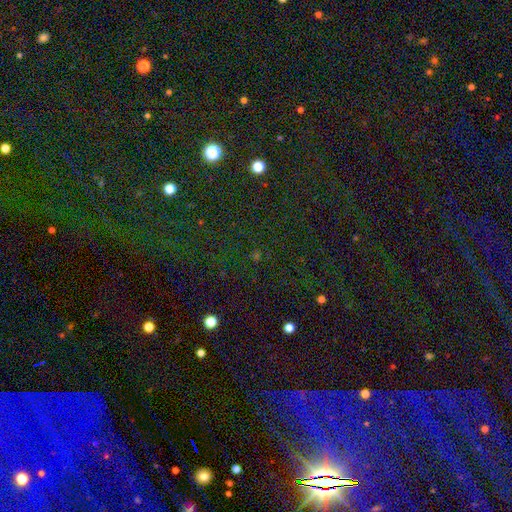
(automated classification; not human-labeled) The model was most divided on "smooth or featured": star or artifact: 74%, smooth: 17%, featured or disk: 9%.